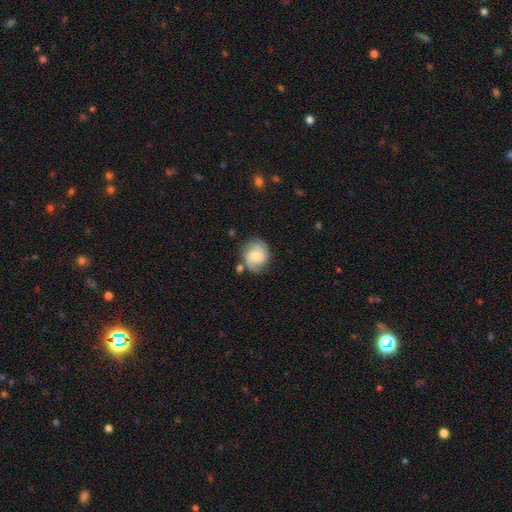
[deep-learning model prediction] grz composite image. It shows a featured or disk galaxy (70%) with no bar (52%), 2 (68%) medium (46%) spiral arms (94%) and a small central bulge (45%). Merging: none (70%).